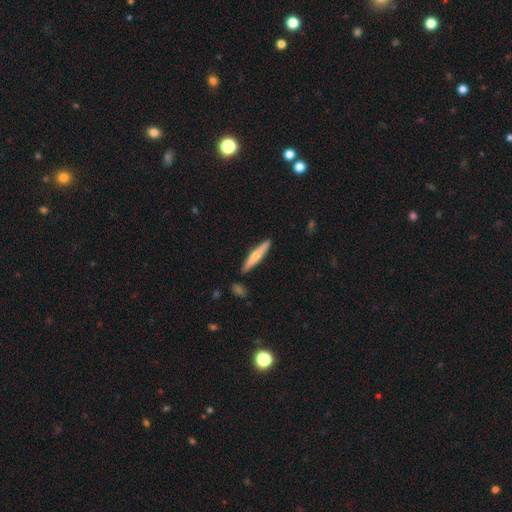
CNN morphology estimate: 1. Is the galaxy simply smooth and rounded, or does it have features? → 55% smooth, 39% featured or disk, 5% star or artifact.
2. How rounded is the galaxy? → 90% cigar-shaped, 8% in between, 2% round.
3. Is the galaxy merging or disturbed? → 88% none, 8% minor disturbance, 2% merger, 2% major disturbance.